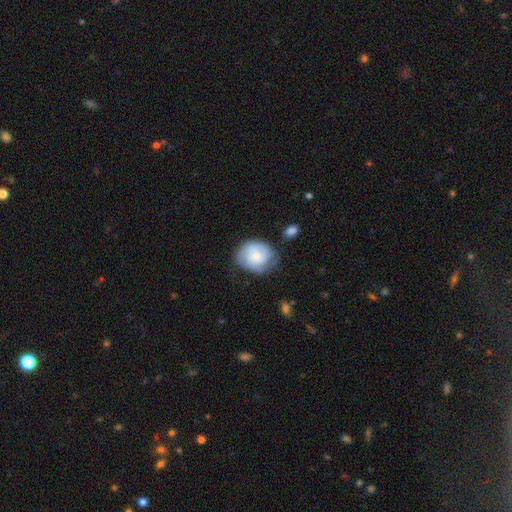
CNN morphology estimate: This is possibly a featured or disk galaxy (55%). It is clearly not viewed edge-on (98%). Bar: likely no (69%). Spiral arm pattern: clearly yes (89%). Central bulge: likely small (60%). Merging: likely none (66%).